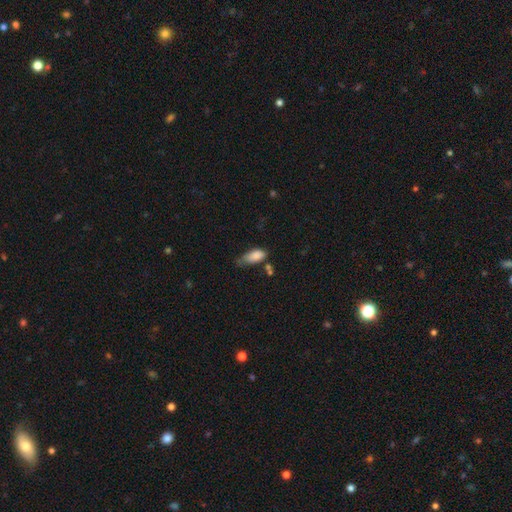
This appears to be a smooth galaxy with no disk features (87%) that is in between round and cigar-shaped (91%). Merging: none (46%).